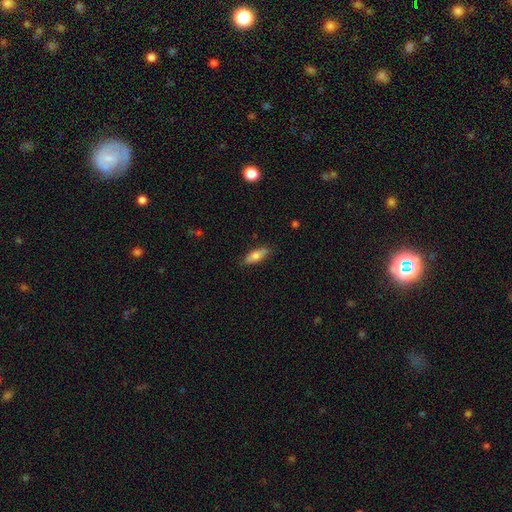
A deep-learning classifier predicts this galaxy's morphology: Smooth or featured?
  - smooth: 72% *
  - featured or disk: 22%
  - star or artifact: 6%
How rounded?
  - in between: 62% *
  - cigar-shaped: 35%
  - round: 2%
Merging?
  - none: 84% *
  - minor disturbance: 13%
  - major disturbance: 2%
  - merger: 1%